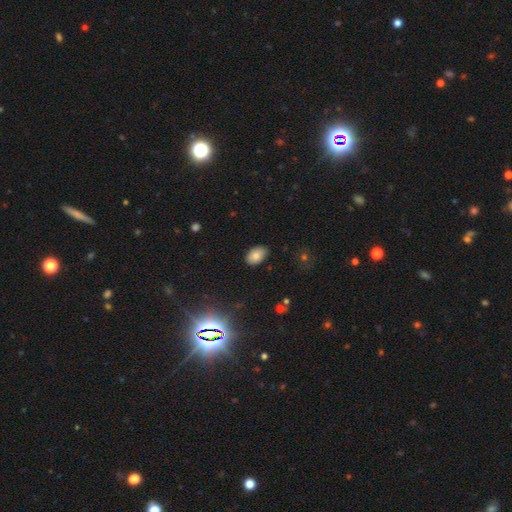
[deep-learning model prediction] This is likely a smooth galaxy (75%). How rounded: clearly in between (87%). Merging: clearly none (80%).